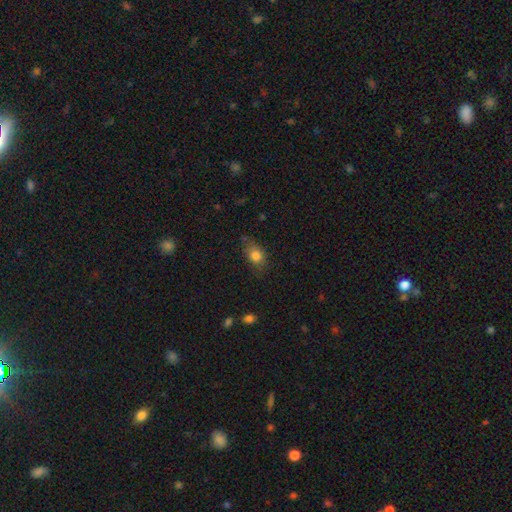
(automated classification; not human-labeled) A smooth galaxy with no disk features (80%) that is in between round and cigar-shaped (68%).

Vote fractions:
- Smooth or featured? smooth: 80% / featured or disk: 10% / star or artifact: 10%
- How rounded? in between: 68% / round: 29% / cigar-shaped: 3%
- Merging? none: 66% / minor disturbance: 25% / major disturbance: 6% / merger: 2%